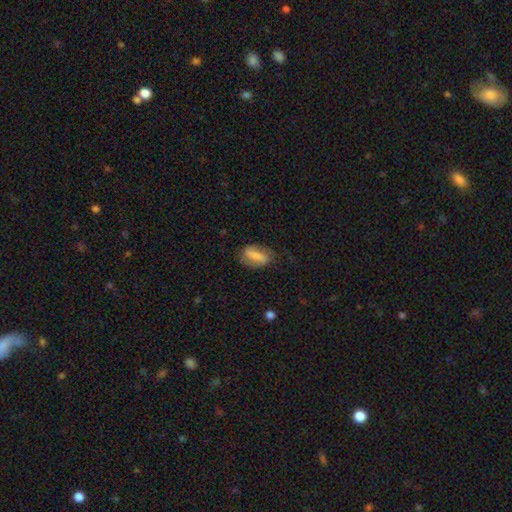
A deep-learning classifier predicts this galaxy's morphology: This is likely a smooth galaxy (67%). How rounded: likely in between (76%). Merging: likely none (62%).